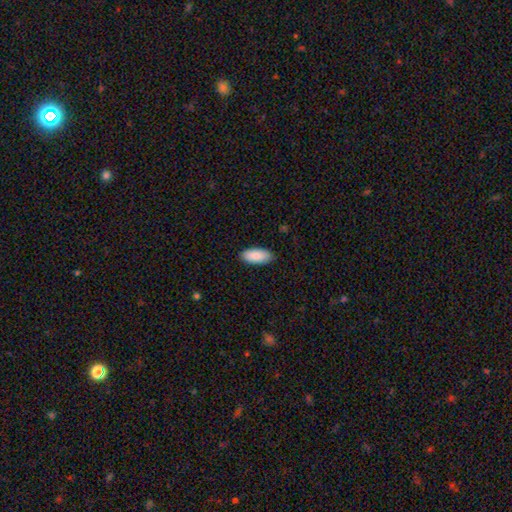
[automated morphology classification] Smooth or featured?
  - smooth: 90% *
  - star or artifact: 6%
  - featured or disk: 5%
How rounded?
  - in between: 91% *
  - cigar-shaped: 8%
  - round: 2%
Merging?
  - none: 88% *
  - minor disturbance: 9%
  - major disturbance: 2%
  - merger: 1%